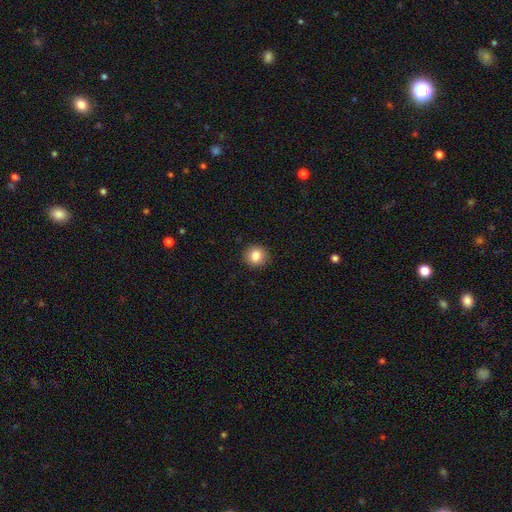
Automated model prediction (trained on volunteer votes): Smooth or featured: smooth — 85% (star or artifact — 9%)
How rounded: round — 92% (in between — 7%)
Merging: none — 92% (minor disturbance — 6%)